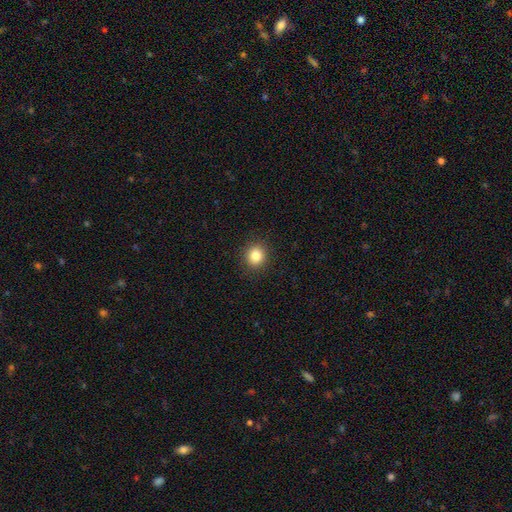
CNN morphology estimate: smooth-or-featured: smooth: 84% | star or artifact: 11% | featured or disk: 6%
  how-rounded: round: 84% | in between: 15% | cigar-shaped: 1%
  merging: none: 91% | minor disturbance: 6% | major disturbance: 2% | merger: 1%